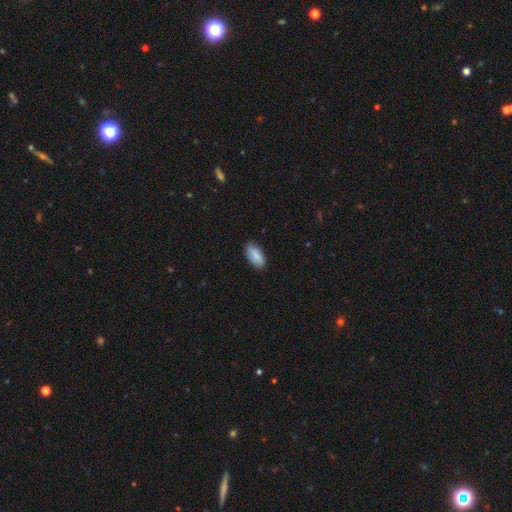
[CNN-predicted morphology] smooth-or-featured: smooth: 78% | featured or disk: 15% | star or artifact: 7%
  how-rounded: in between: 87% | cigar-shaped: 10% | round: 3%
  merging: none: 84% | minor disturbance: 13% | major disturbance: 2% | merger: 1%